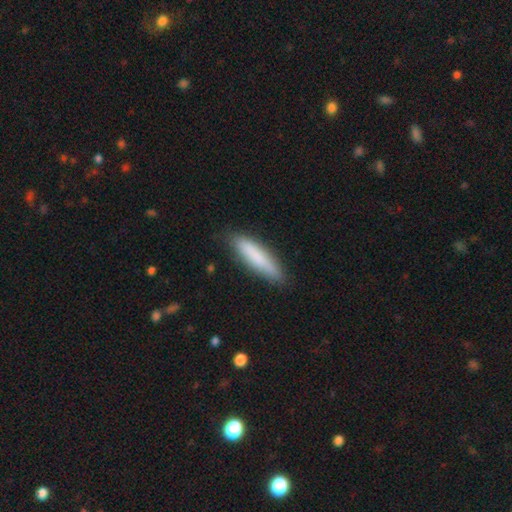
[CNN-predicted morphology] smooth_or_featured: smooth (p=0.80) [alt: featured or disk p=0.14]
how_rounded: cigar-shaped (p=0.79) [alt: in between p=0.19]
merging: none (p=0.85) [alt: minor disturbance p=0.12]